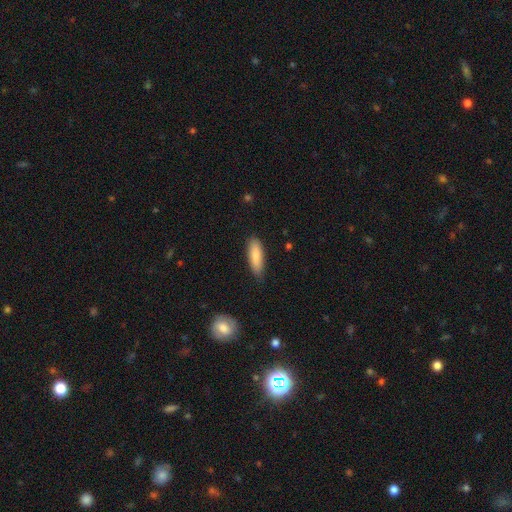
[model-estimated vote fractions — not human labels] This appears to be a smooth galaxy with no disk features (83%) that is in between round and cigar-shaped (49%, tied with cigar-shaped). Merging: none (81%).